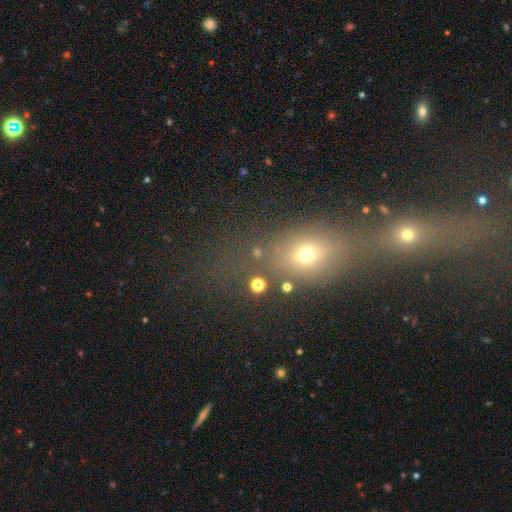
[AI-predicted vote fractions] Smooth or featured? Predicted: smooth (p=0.54). How rounded? Predicted: in between (p=0.57). Merging? Predicted: merger (p=0.45).